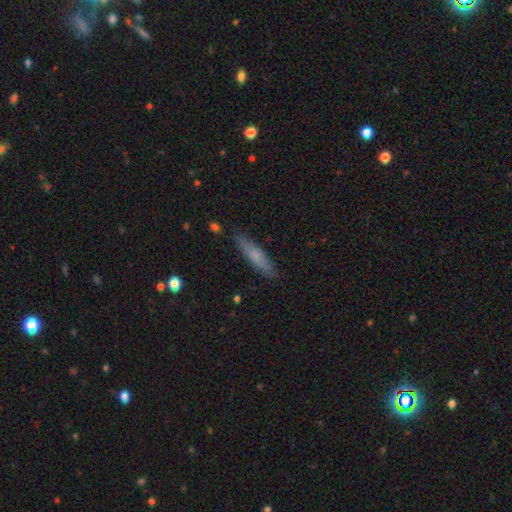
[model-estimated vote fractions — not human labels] This appears to be a smooth galaxy with no disk features (65%) that is cigar-shaped (85%). Merging: none (86%).